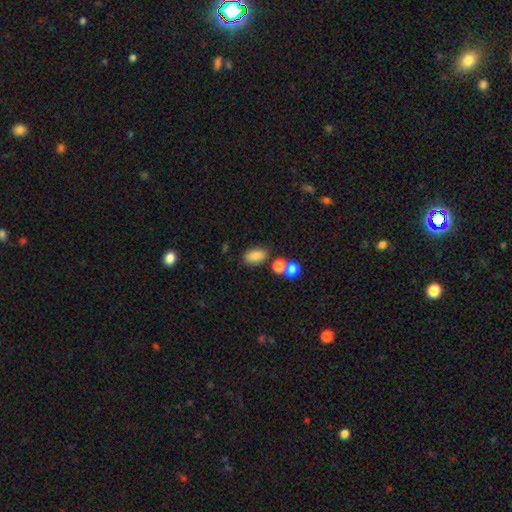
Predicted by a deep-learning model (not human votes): Overall: smooth (82%). How rounded: in between (87%). Merging: none (72%).